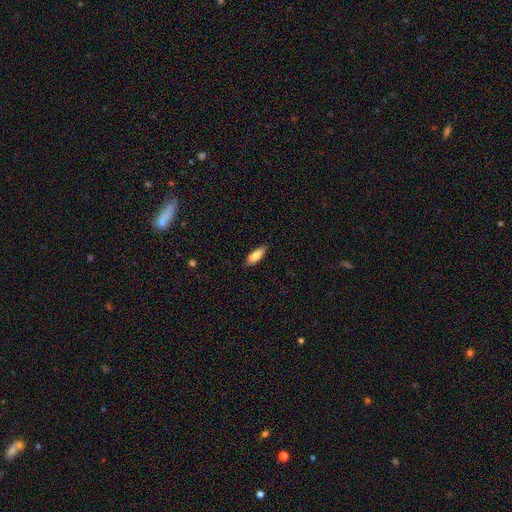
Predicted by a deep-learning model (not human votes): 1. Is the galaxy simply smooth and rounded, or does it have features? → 82% smooth, 11% featured or disk, 6% star or artifact.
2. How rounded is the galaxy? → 63% in between, 35% cigar-shaped, 2% round.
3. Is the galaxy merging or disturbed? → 80% none, 17% minor disturbance, 3% major disturbance, 1% merger.